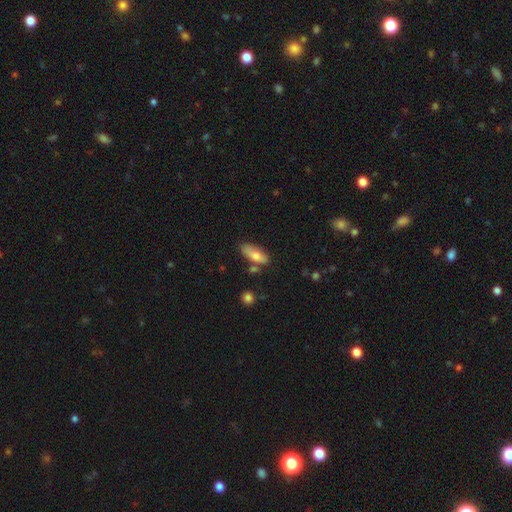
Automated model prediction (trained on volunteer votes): Smooth or featured? Predicted: smooth (p=0.73). How rounded? Predicted: in between (p=0.70). Merging? Predicted: none (p=0.67).